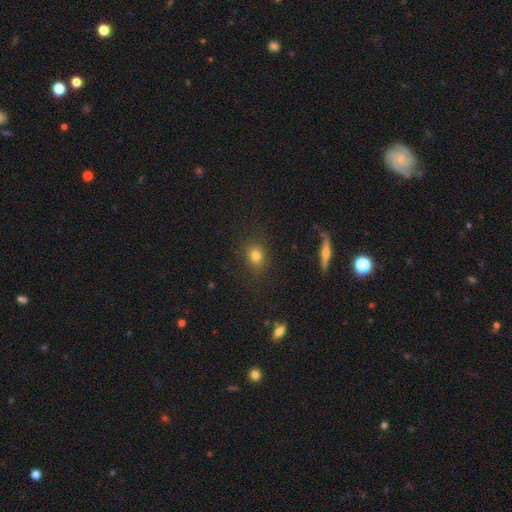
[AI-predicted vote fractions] smooth-or-featured: smooth: 78% | star or artifact: 13% | featured or disk: 9%
  how-rounded: round: 61% | in between: 37% | cigar-shaped: 2%
  merging: none: 83% | minor disturbance: 11% | major disturbance: 4% | merger: 2%